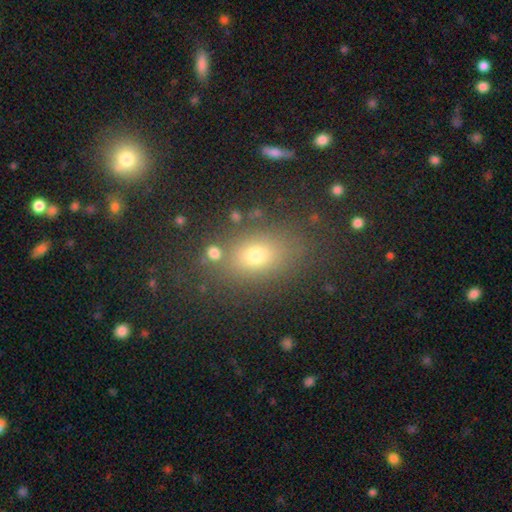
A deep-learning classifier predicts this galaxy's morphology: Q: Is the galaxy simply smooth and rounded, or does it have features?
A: smooth — 67%.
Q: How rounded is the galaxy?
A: in between — 70%.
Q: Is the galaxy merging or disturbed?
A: none — 80%.